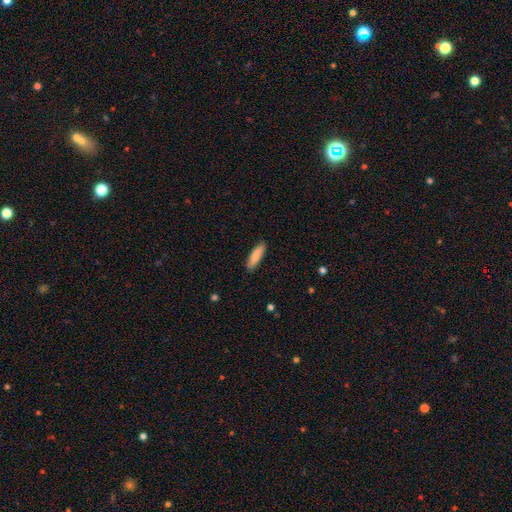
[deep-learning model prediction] This appears to be a smooth galaxy with no disk features (86%) that is cigar-shaped (66%). Merging: none (88%).